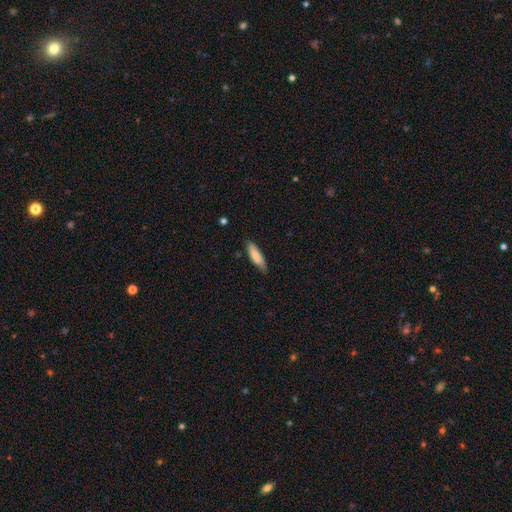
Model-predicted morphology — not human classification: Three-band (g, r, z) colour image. It shows a smooth galaxy with no disk features (80%) that is cigar-shaped (57%). Merging: none (71%).